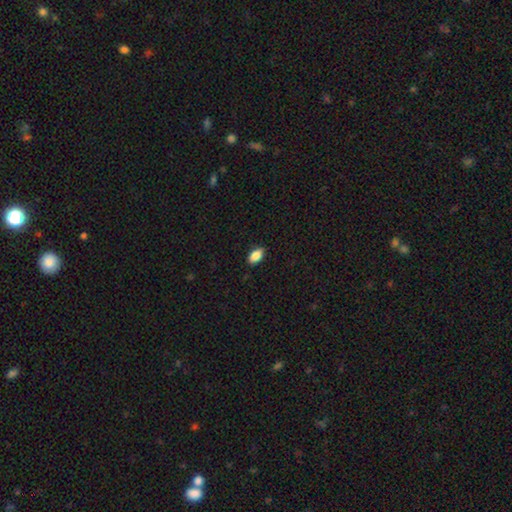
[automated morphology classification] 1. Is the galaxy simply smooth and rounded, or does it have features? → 87% smooth, 8% star or artifact, 5% featured or disk.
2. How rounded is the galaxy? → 91% in between, 5% round, 4% cigar-shaped.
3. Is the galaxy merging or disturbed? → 88% none, 9% minor disturbance, 2% major disturbance, 1% merger.